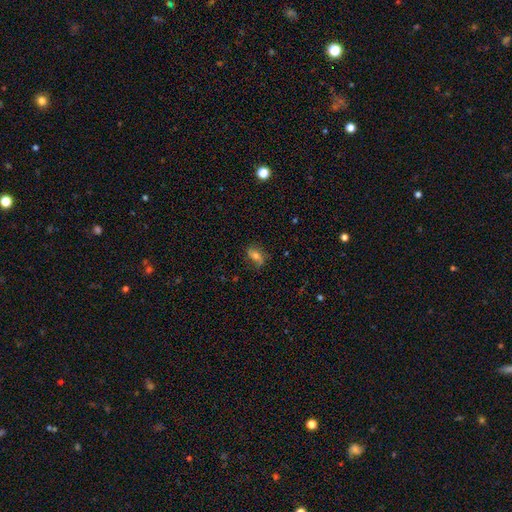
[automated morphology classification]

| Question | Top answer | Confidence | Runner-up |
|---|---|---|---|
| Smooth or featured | smooth | 52% | featured or disk (35%) |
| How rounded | in between | 79% | round (13%) |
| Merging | none | 69% | minor disturbance (21%) |